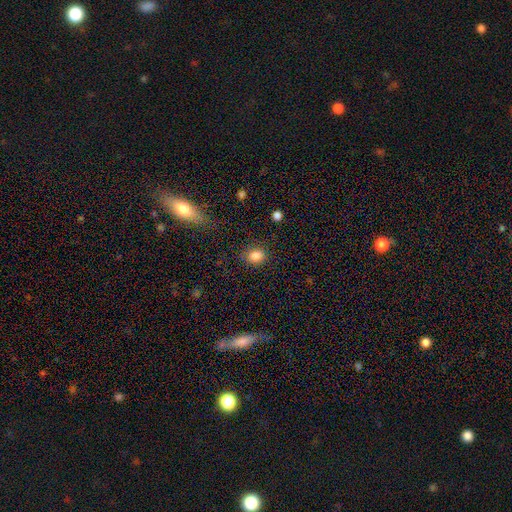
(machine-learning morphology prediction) Smooth or featured?
  - smooth: 84% *
  - star or artifact: 11%
  - featured or disk: 5%
How rounded?
  - round: 54% *
  - in between: 45%
  - cigar-shaped: 1%
Merging?
  - none: 81% *
  - minor disturbance: 13%
  - major disturbance: 4%
  - merger: 2%